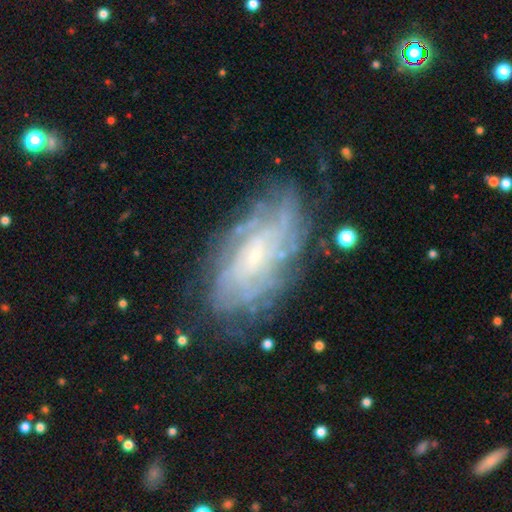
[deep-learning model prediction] Morphology: type=featured or disk (78%); edge-on=no (93%); bar=no (69%); spiral arms=yes (88%); winding=tight (69%); arm count=can't tell (53%); bulge=small (80%); merging=none (72%).